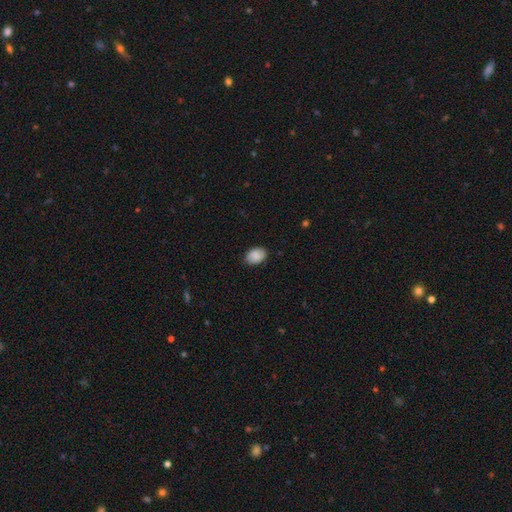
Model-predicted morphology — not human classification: This is clearly a smooth galaxy (87%). How rounded: clearly in between (84%). Merging: clearly none (86%).